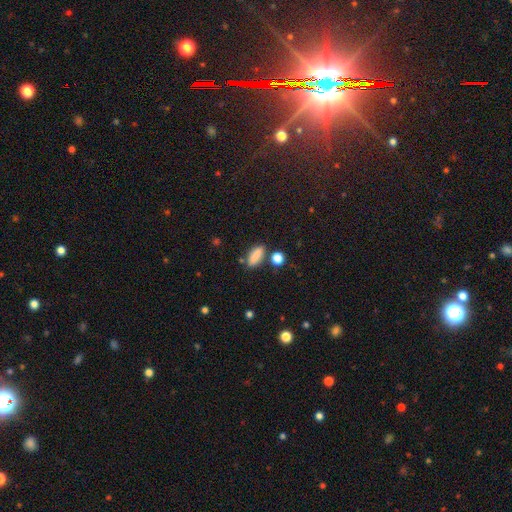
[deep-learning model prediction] smooth_or_featured: smooth (p=0.85) [alt: star or artifact p=0.09]
how_rounded: in between (p=0.71) [alt: cigar-shaped p=0.24]
merging: none (p=0.75) [alt: minor disturbance p=0.13]